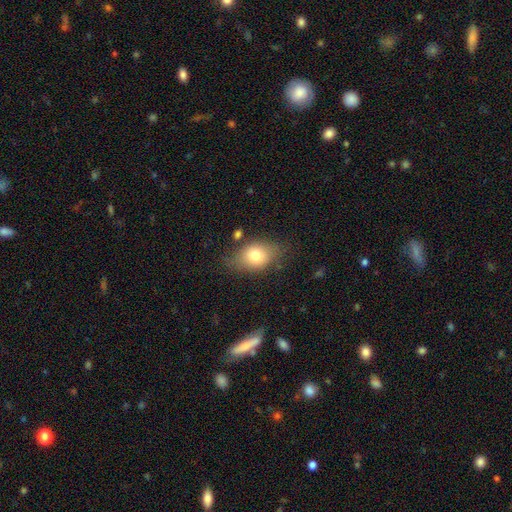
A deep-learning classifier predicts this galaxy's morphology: Smooth or featured?
  - smooth: 75% *
  - featured or disk: 16%
  - star or artifact: 9%
How rounded?
  - in between: 72% *
  - round: 27%
  - cigar-shaped: 2%
Merging?
  - none: 68% *
  - minor disturbance: 21%
  - major disturbance: 7%
  - merger: 3%